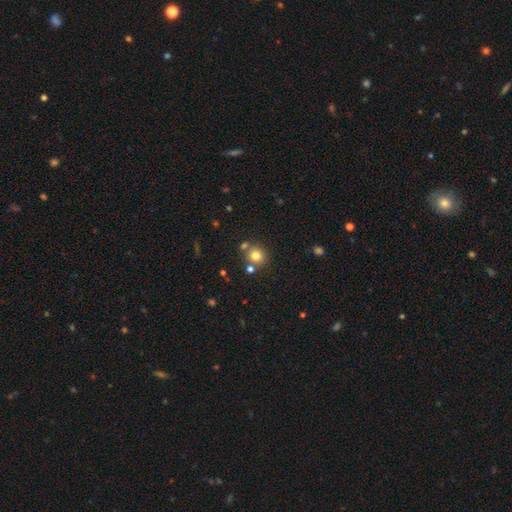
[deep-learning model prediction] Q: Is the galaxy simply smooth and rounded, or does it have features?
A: smooth — 77%.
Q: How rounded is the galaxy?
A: round — 90%.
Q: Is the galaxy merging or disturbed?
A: none — 73%.